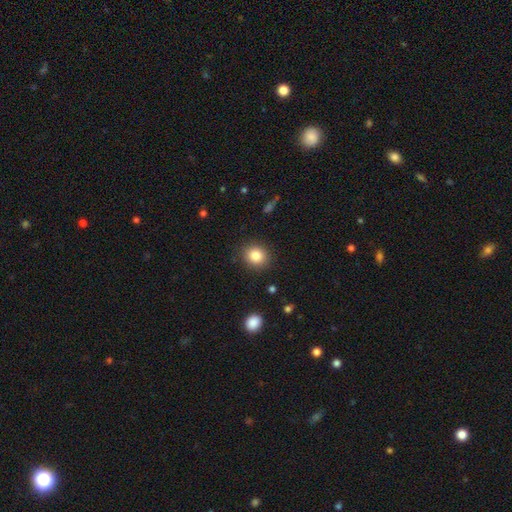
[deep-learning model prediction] Overall: smooth (84%). How rounded: round (80%). Merging: none (89%).